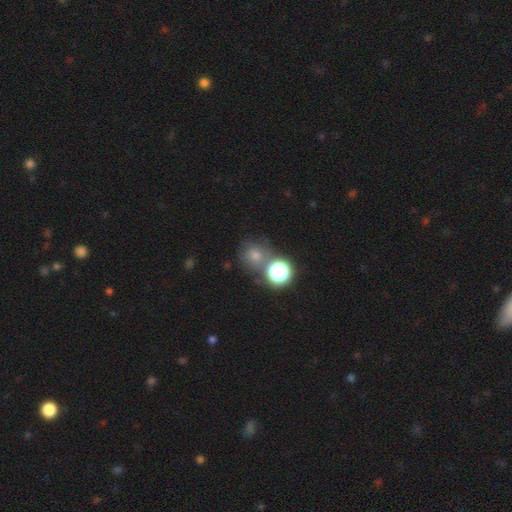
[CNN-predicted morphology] Smooth or featured: smooth — 49% (star or artifact — 39%)
Merging: none — 69% (merger — 17%)